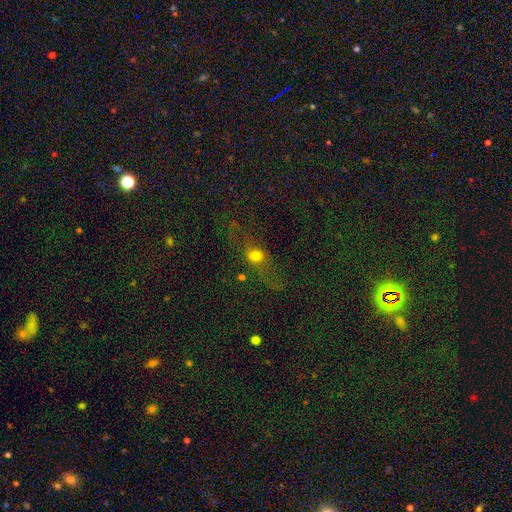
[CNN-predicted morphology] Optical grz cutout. It shows a smooth galaxy with no disk features (46%). Merging: none (53%).